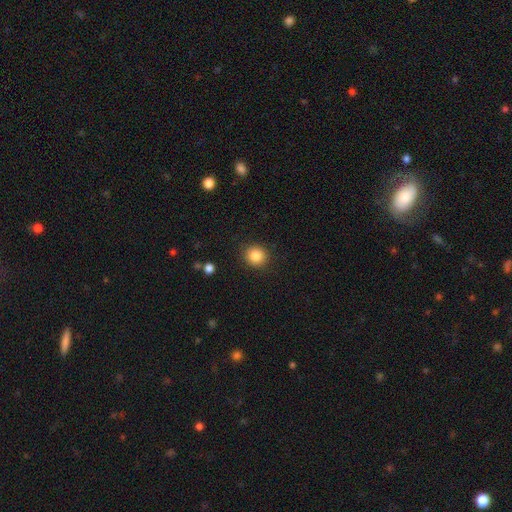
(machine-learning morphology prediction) Overall: smooth (85%). How rounded: round (89%). Merging: none (90%).